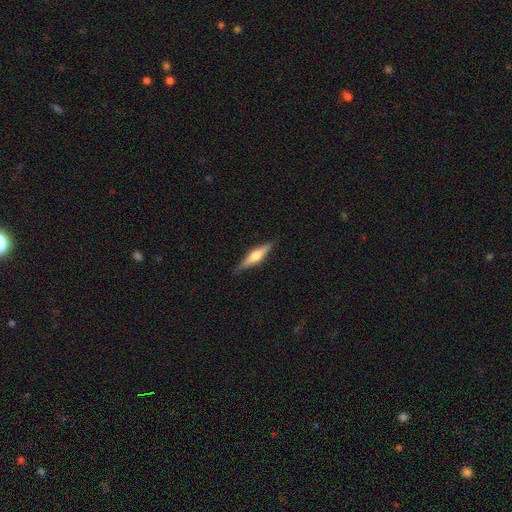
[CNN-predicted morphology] A featured or disk galaxy (64%) viewed edge-on (97%) with a rounded central bulge (89%). Merging: none (89%).